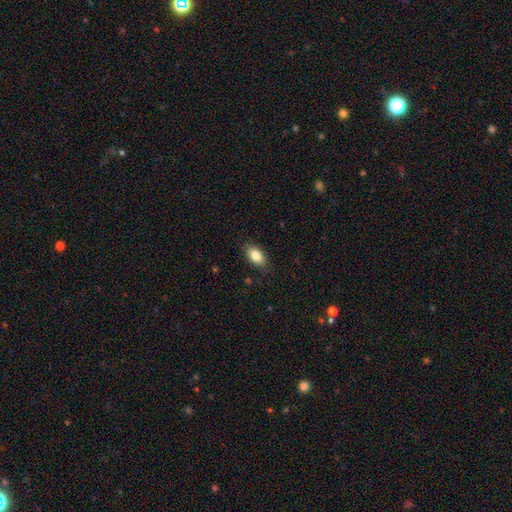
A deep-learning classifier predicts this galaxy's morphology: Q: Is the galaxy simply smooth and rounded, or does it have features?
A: smooth — 83%.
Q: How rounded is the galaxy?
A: in between — 90%.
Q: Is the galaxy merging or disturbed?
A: none — 85%.